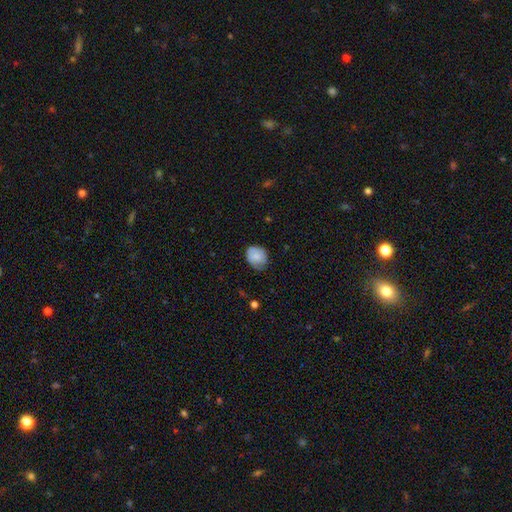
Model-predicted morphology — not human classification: Overall: smooth (74%). How rounded: round (60%; in between 39%). Merging: none (60%; minor disturbance 32%).